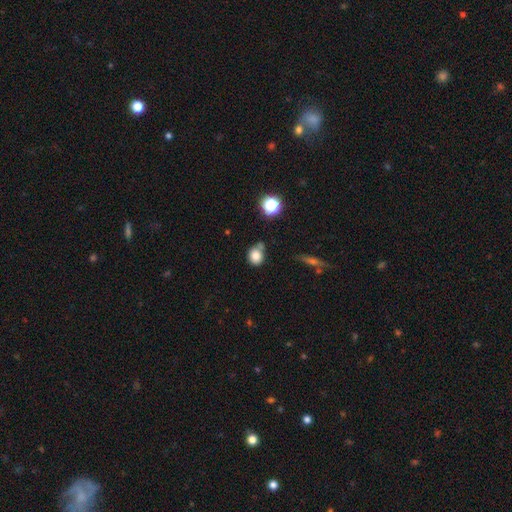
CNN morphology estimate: Smooth or featured: smooth — 80% (star or artifact — 12%)
How rounded: round — 64% (in between — 35%)
Merging: none — 57% (minor disturbance — 23%)